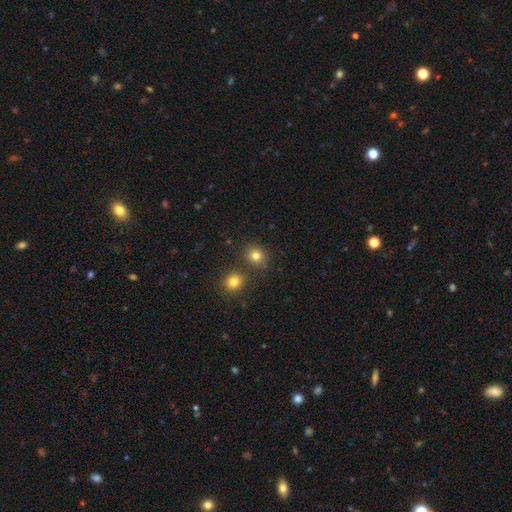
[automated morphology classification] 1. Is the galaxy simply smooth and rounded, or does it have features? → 79% smooth, 15% star or artifact, 6% featured or disk.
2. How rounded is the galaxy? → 85% round, 14% in between, 1% cigar-shaped.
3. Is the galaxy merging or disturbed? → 79% none, 10% merger, 8% minor disturbance, 3% major disturbance.